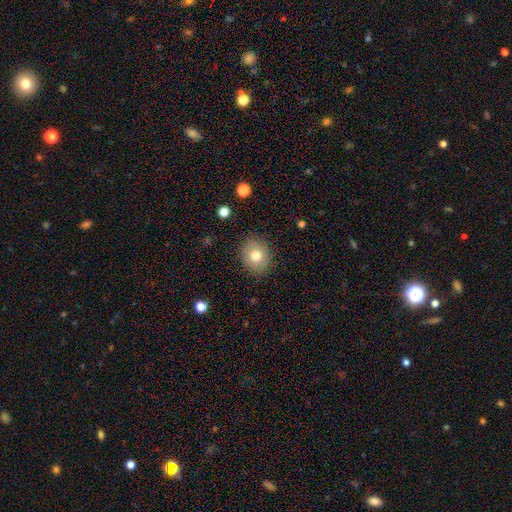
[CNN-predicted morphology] This appears to be a smooth galaxy with no disk features (75%) that is round (58%). Merging: none (85%).